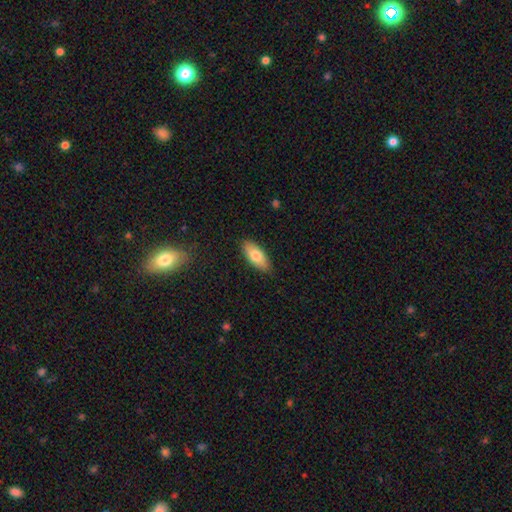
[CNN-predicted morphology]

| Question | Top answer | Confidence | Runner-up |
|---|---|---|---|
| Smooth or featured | smooth | 77% | featured or disk (17%) |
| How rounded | in between | 82% | cigar-shaped (15%) |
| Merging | none | 86% | minor disturbance (11%) |